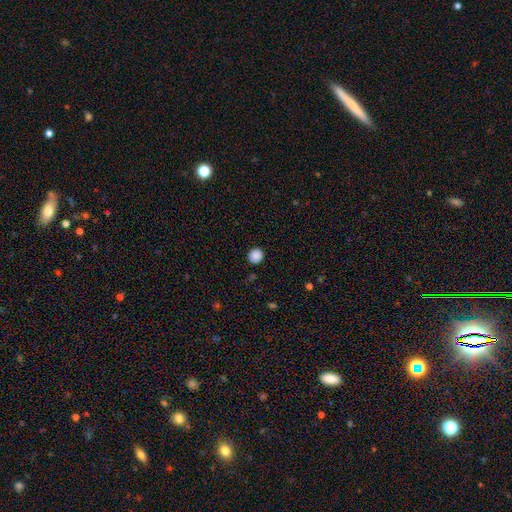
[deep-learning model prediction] Smooth or featured? smooth (88%)
How rounded? round (88%)
Merging? none (90%)